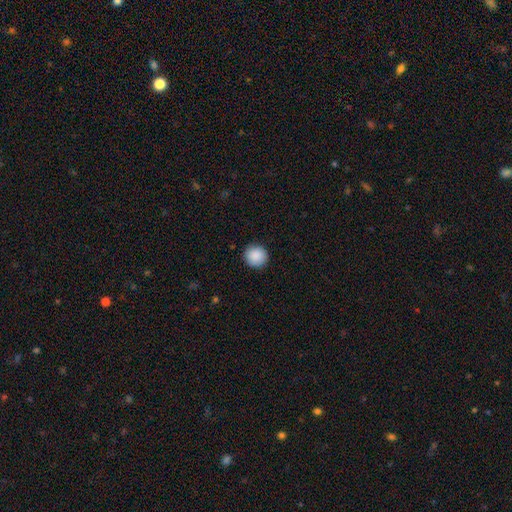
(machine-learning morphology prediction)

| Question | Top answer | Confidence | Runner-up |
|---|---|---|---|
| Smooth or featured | smooth | 89% | star or artifact (7%) |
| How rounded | round | 93% | in between (6%) |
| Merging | none | 90% | minor disturbance (7%) |